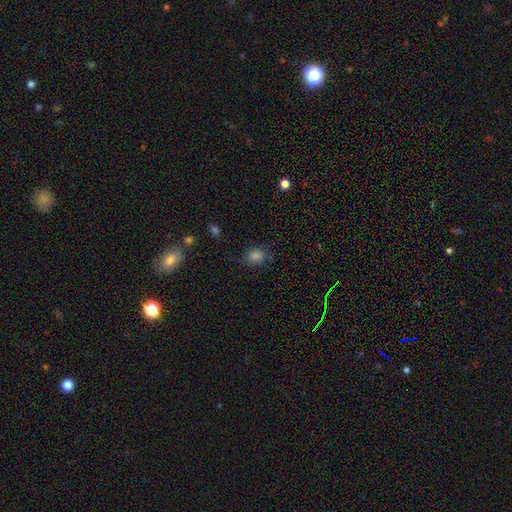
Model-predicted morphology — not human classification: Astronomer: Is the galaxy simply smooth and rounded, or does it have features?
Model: smooth — 80%.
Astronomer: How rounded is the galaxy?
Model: in between — 50% (runner-up: round, 49%).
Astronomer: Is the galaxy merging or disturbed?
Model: none — 77%.